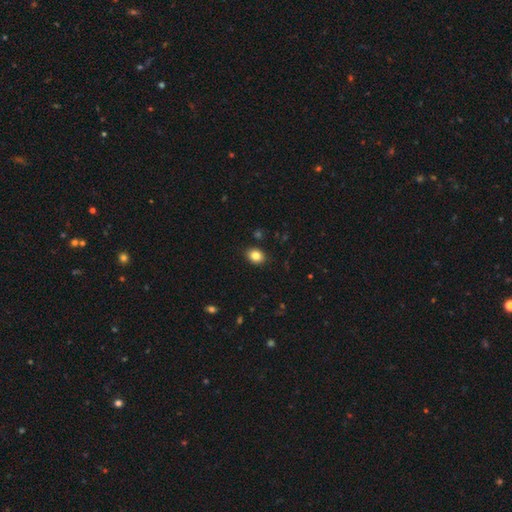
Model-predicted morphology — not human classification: Smooth or featured? Predicted: smooth (p=0.84). How rounded? Predicted: in between (p=0.57). Merging? Predicted: none (p=0.89).